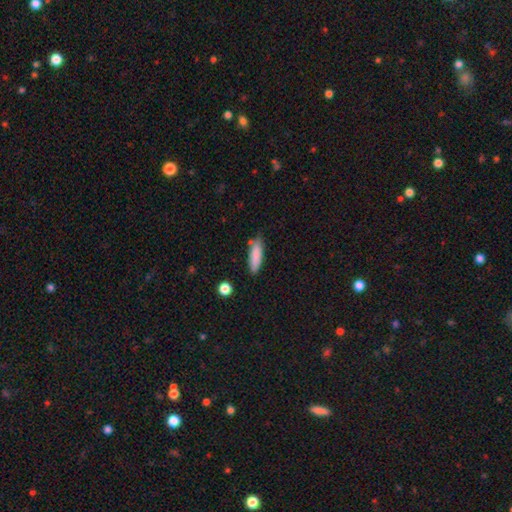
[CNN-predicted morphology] Overall: smooth (85%). How rounded: cigar-shaped (59%; in between 39%). Merging: none (77%).